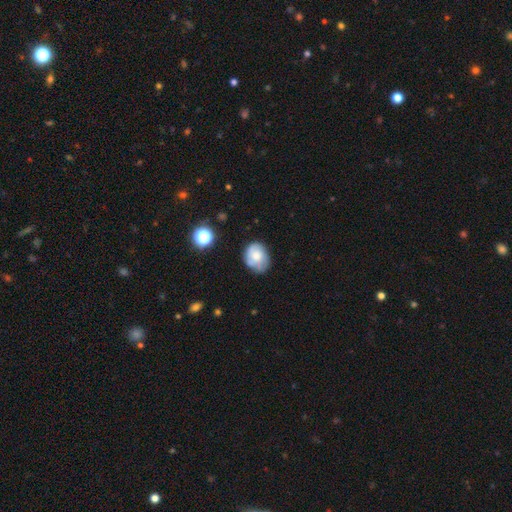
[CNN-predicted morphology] The model was most divided on "how rounded": round: 50%, in between: 49%, cigar-shaped: 1%. More confident: merging — none (62%); smooth or featured — smooth (57%).